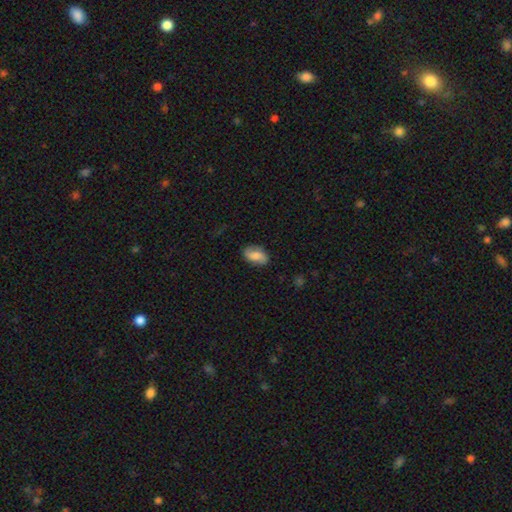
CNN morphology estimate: This is possibly a smooth galaxy (60%). How rounded: clearly in between (89%). Merging: likely none (79%).